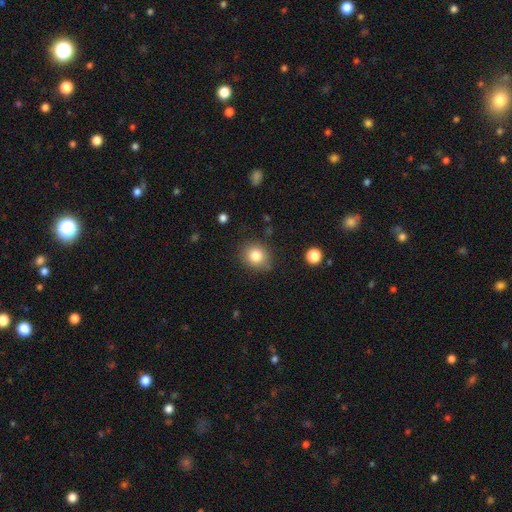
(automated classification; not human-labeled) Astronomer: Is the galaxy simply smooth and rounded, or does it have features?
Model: smooth — 82%.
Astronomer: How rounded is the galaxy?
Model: round — 68%.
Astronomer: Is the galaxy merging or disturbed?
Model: none — 82%.